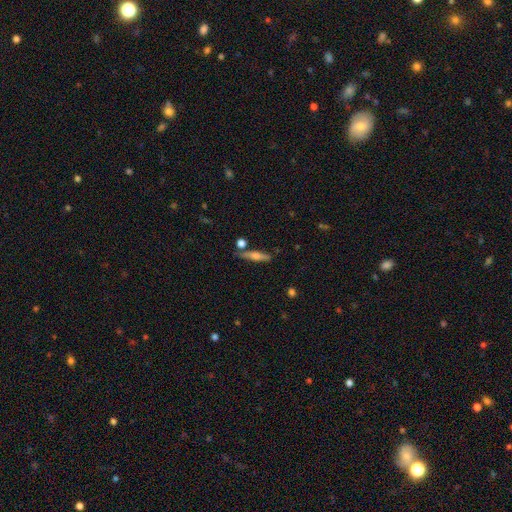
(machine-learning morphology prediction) Smooth or featured? Predicted: smooth (p=0.48). Merging? Predicted: none (p=0.75).